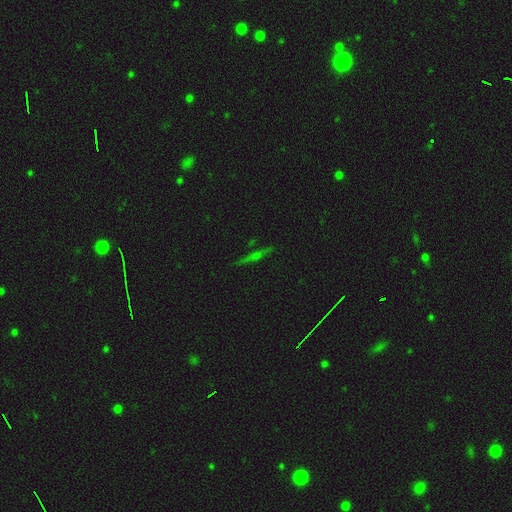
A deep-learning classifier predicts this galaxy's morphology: This appears to be a featured or disk galaxy (53%) viewed edge-on (92%). Merging: none (87%).